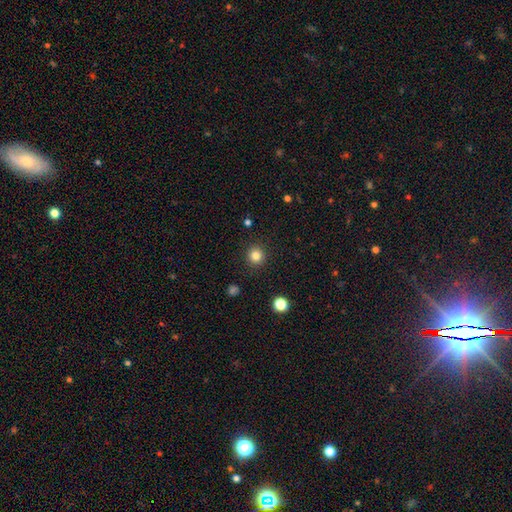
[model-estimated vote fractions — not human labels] smooth_or_featured: smooth (p=0.82) [alt: star or artifact p=0.12]
how_rounded: round (p=0.93) [alt: in between p=0.06]
merging: none (p=0.91) [alt: minor disturbance p=0.06]